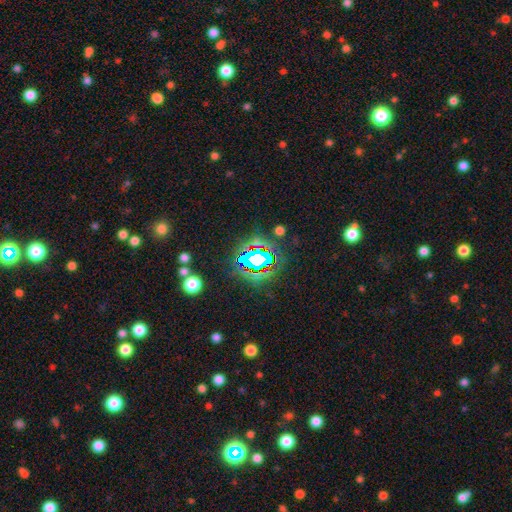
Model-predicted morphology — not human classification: smooth_or_featured: star or artifact (p=0.78) [alt: smooth p=0.14]